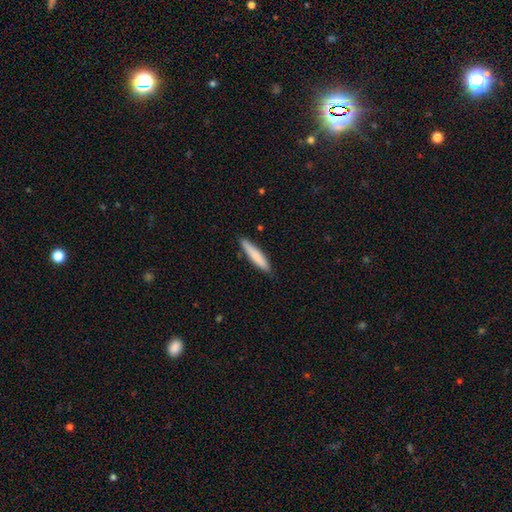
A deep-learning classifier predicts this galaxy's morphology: A smooth galaxy with no disk features (80%) that is cigar-shaped (89%).

Vote fractions:
- Smooth or featured? smooth: 80% / featured or disk: 15% / star or artifact: 6%
- How rounded? cigar-shaped: 89% / in between: 10% / round: 1%
- Merging? none: 86% / minor disturbance: 11% / major disturbance: 2% / merger: 1%